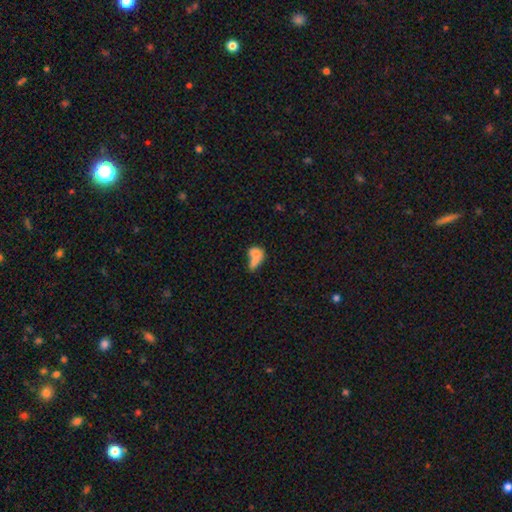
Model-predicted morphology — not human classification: smooth_or_featured: smooth (p=0.70) [alt: featured or disk p=0.20]
how_rounded: in between (p=0.64) [alt: round p=0.32]
merging: merger (p=0.58) [alt: none p=0.20]